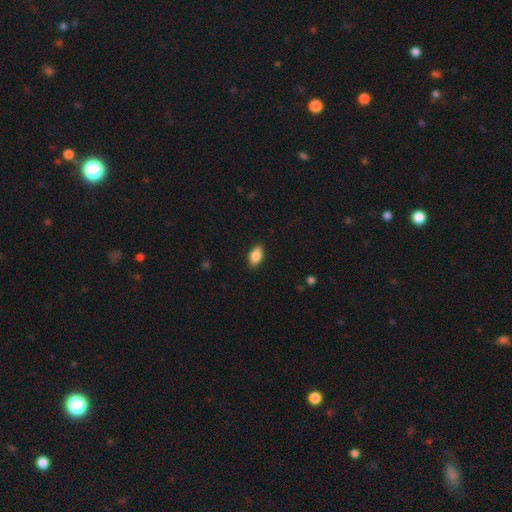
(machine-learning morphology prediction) Q: Smooth or featured?
A: smooth (84%); runner-up: featured or disk (9%)
Q: How rounded?
A: in between (91%); runner-up: round (5%)
Q: Merging?
A: none (89%); runner-up: minor disturbance (9%)